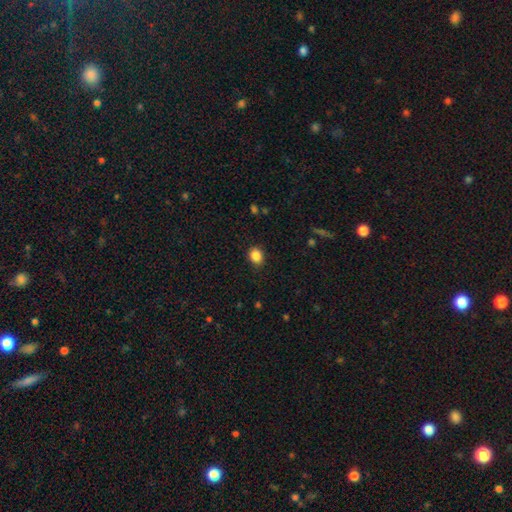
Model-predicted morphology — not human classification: Smooth or featured? Predicted: smooth (p=0.87). How rounded? Predicted: round (p=0.60). Merging? Predicted: none (p=0.87).